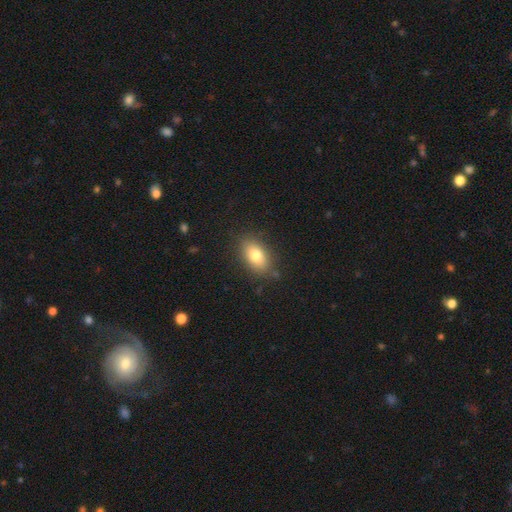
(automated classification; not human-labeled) smooth 77%, featured or disk 14%, star or artifact 9%. Down the decision tree: how rounded — in between (87%); merging — none (83%).